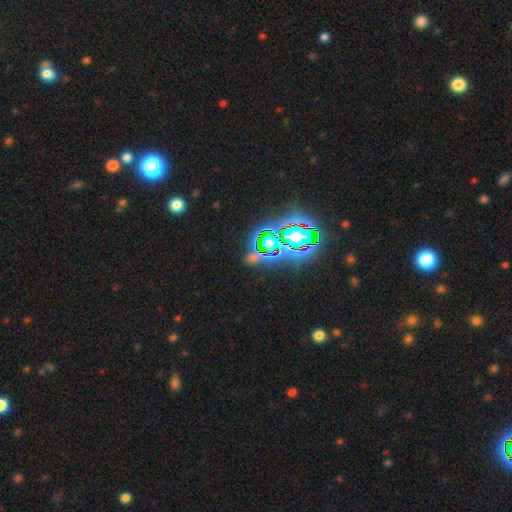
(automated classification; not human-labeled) smooth_or_featured: star or artifact (p=0.78) [alt: smooth p=0.13]